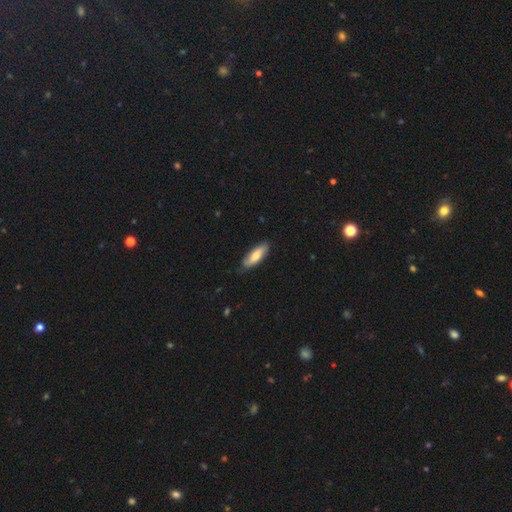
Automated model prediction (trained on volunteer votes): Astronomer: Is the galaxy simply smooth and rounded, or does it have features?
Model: smooth — 70%.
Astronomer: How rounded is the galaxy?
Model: in between — 62%.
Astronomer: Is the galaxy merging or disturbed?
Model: none — 79%.